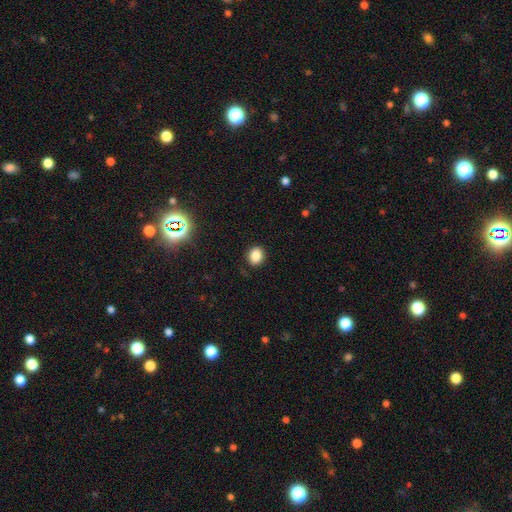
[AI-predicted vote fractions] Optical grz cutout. It shows a smooth galaxy with no disk features (84%) that is round (67%). Merging: none (88%).